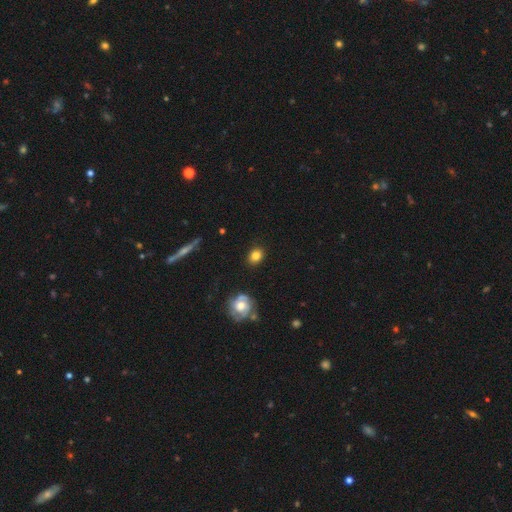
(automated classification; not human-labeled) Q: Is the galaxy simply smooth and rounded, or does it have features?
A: smooth — 81%.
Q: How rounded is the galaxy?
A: round — 57%.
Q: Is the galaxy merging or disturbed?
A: none — 86%.